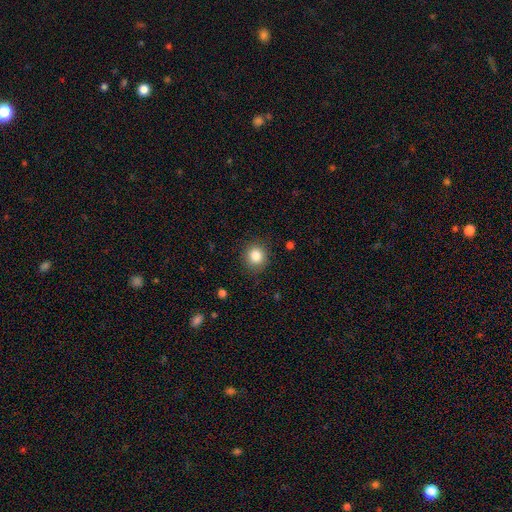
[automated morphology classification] Smooth or featured: smooth — 84% (star or artifact — 11%)
How rounded: round — 88% (in between — 11%)
Merging: none — 88% (minor disturbance — 9%)